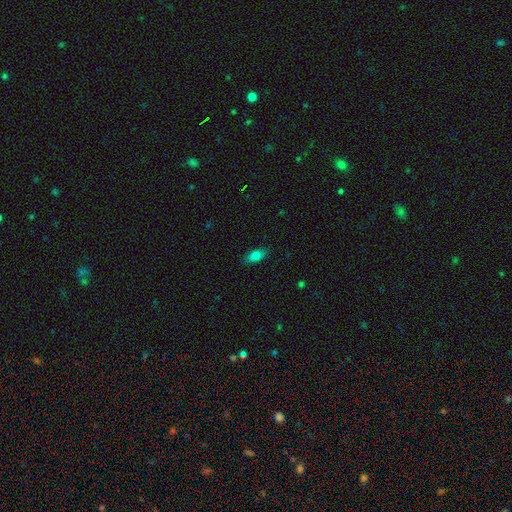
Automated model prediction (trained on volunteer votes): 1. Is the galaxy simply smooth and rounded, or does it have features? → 78% smooth, 13% featured or disk, 9% star or artifact.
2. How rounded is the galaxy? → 84% in between, 11% cigar-shaped, 5% round.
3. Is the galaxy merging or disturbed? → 87% none, 10% minor disturbance, 2% major disturbance, 1% merger.